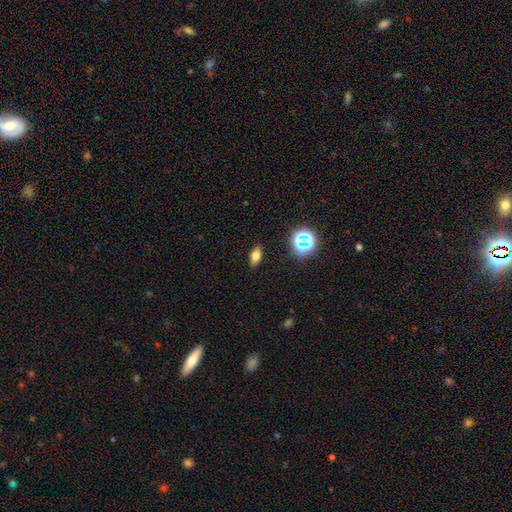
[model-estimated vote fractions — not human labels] This is likely a smooth galaxy (70%). How rounded: clearly in between (80%). Merging: clearly none (89%).